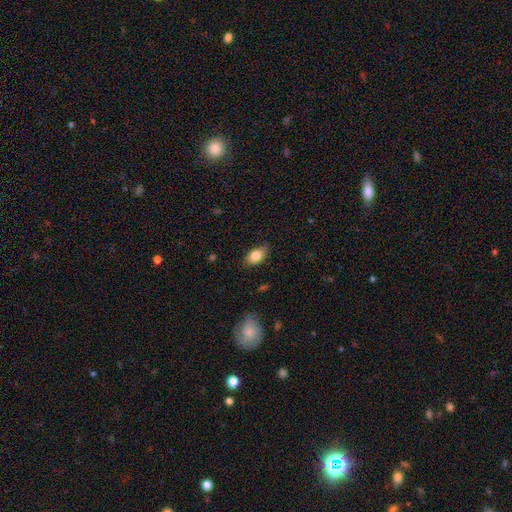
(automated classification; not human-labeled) This appears to be a smooth galaxy with no disk features (83%) that is in between round and cigar-shaped (89%). Merging: none (79%).